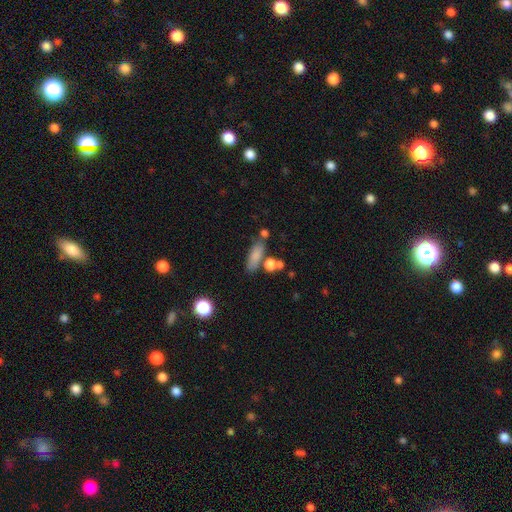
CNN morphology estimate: smooth_or_featured: smooth (p=0.79) [alt: featured or disk p=0.11]
how_rounded: in between (p=0.59) [alt: cigar-shaped p=0.35]
merging: none (p=0.65) [alt: minor disturbance p=0.15]